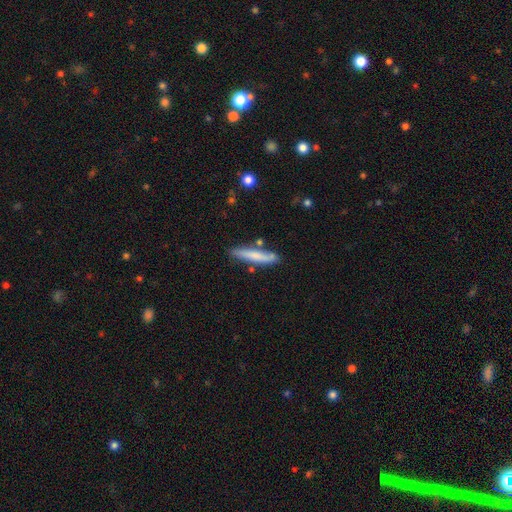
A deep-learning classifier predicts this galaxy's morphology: This appears to be a smooth galaxy with no disk features (70%) that is cigar-shaped (91%). Merging: none (78%).